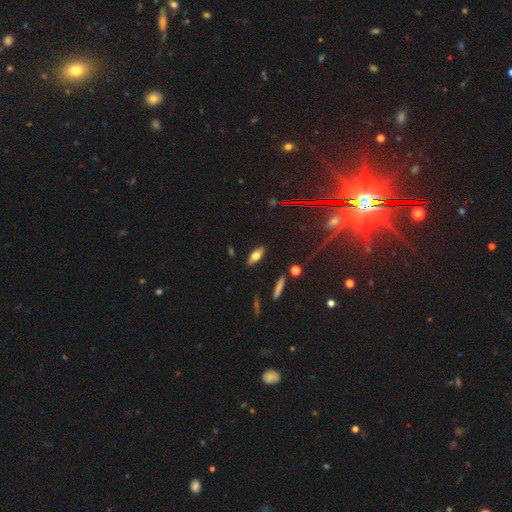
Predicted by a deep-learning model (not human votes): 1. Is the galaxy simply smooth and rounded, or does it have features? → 62% smooth, 28% featured or disk, 10% star or artifact.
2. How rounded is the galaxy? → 74% in between, 23% cigar-shaped, 3% round.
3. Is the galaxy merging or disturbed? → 87% none, 9% minor disturbance, 2% major disturbance, 2% merger.